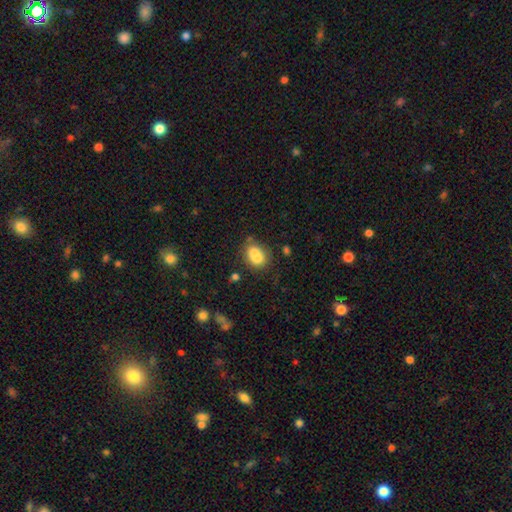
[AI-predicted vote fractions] Morphology: type=smooth (79%); roundness=in between (65%); merging=none (52%).